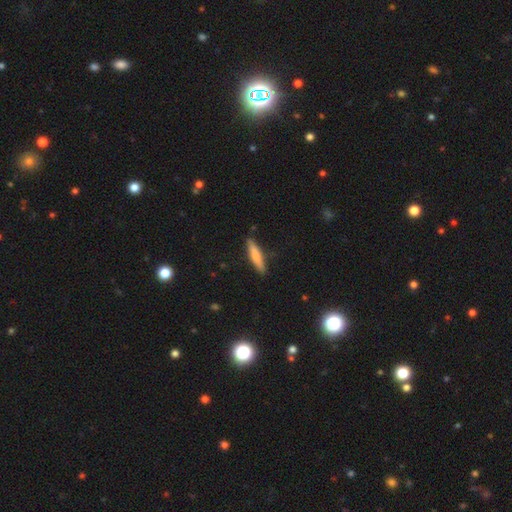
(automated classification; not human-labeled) smooth-or-featured: smooth: 74% | featured or disk: 20% | star or artifact: 6%
  how-rounded: cigar-shaped: 86% | in between: 13% | round: 1%
  merging: none: 85% | minor disturbance: 11% | major disturbance: 2% | merger: 1%